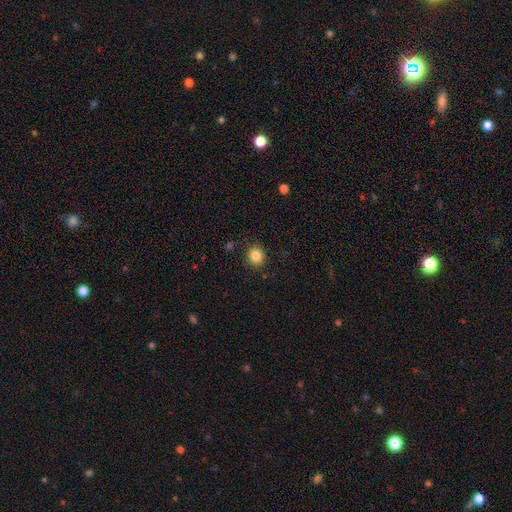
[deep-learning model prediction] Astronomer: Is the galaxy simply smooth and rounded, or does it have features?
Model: smooth — 85%.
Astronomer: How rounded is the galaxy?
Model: round — 82%.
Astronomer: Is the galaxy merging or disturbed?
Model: none — 88%.